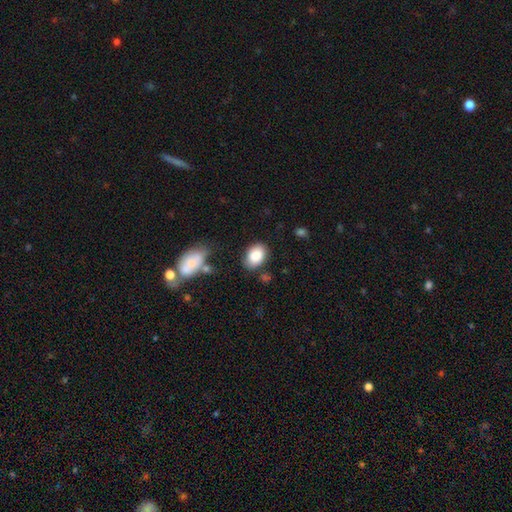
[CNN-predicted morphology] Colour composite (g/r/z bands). It shows a smooth galaxy with no disk features (86%) that is in between round and cigar-shaped (80%). Merging: none (75%).